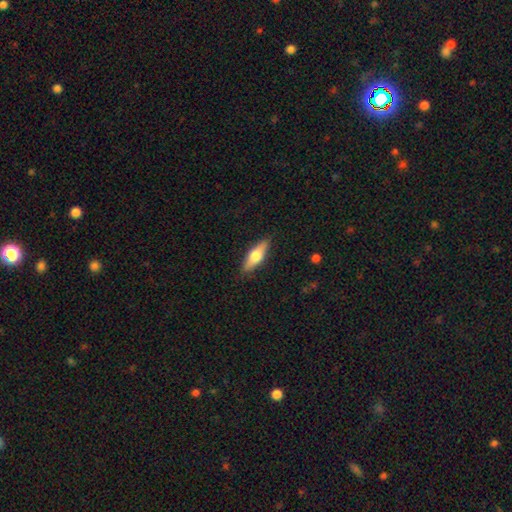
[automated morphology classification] smooth-or-featured: smooth: 56% | featured or disk: 38% | star or artifact: 6%
  how-rounded: in between: 50% | cigar-shaped: 47% | round: 3%
  merging: none: 87% | minor disturbance: 10% | major disturbance: 2% | merger: 1%